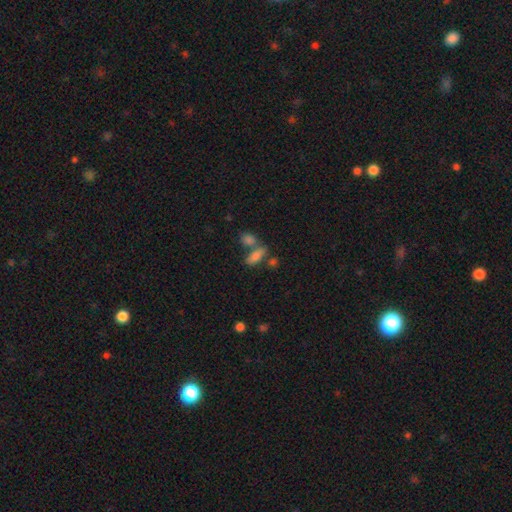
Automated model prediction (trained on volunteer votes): Smooth or featured? smooth (76%)
How rounded? in between (70%)
Merging? none (51%)